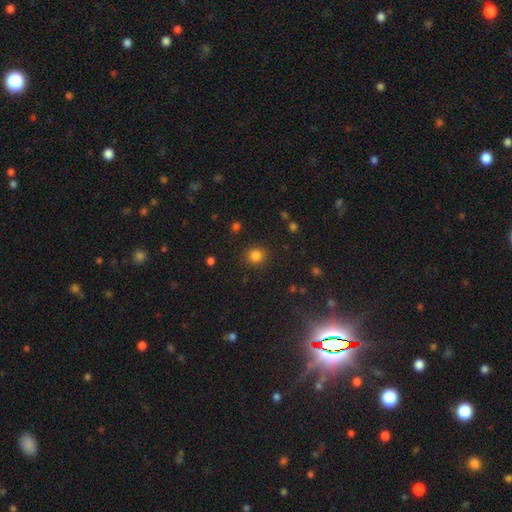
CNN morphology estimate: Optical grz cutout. It shows a smooth galaxy with no disk features (82%) that is round (86%). Merging: none (89%).